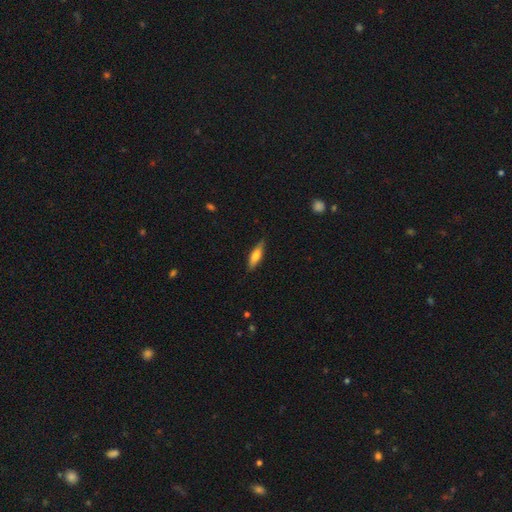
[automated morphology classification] smooth_or_featured: smooth (p=0.63) [alt: featured or disk p=0.31]
how_rounded: cigar-shaped (p=0.57) [alt: in between p=0.41]
merging: none (p=0.83) [alt: minor disturbance p=0.14]